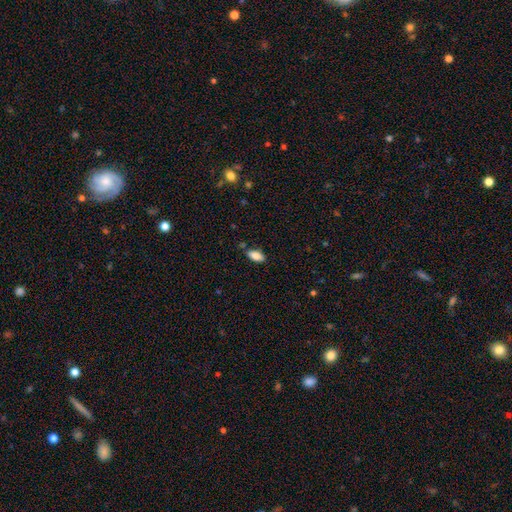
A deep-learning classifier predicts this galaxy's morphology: A smooth galaxy with no disk features (86%) that is in between round and cigar-shaped (90%). Merging: none (81%).